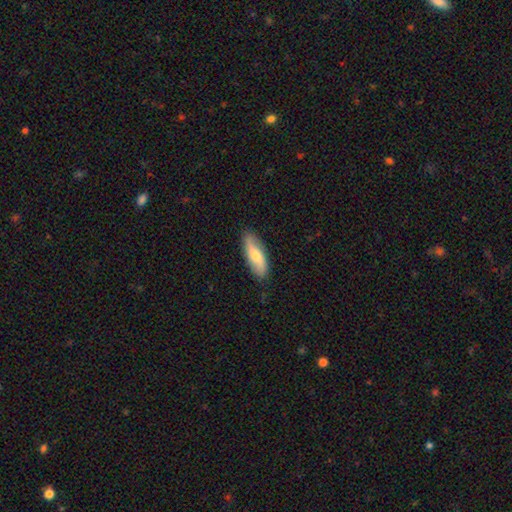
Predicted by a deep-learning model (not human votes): A smooth galaxy with no disk features (65%) that is in between round and cigar-shaped (66%). Merging: none (84%).